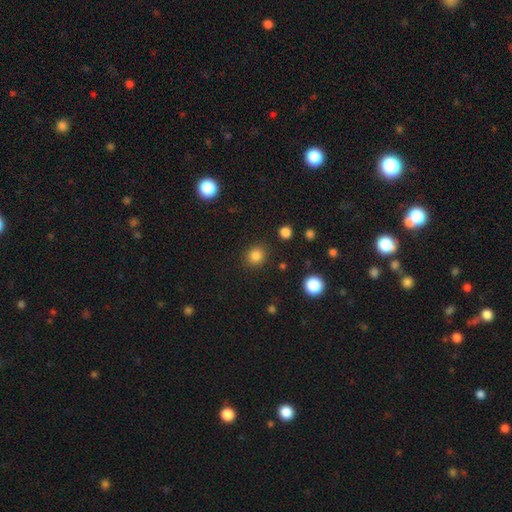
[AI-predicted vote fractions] smooth-or-featured: smooth: 84% | star or artifact: 12% | featured or disk: 4%
  how-rounded: round: 86% | in between: 14% | cigar-shaped: 1%
  merging: none: 88% | minor disturbance: 7% | major disturbance: 3% | merger: 2%